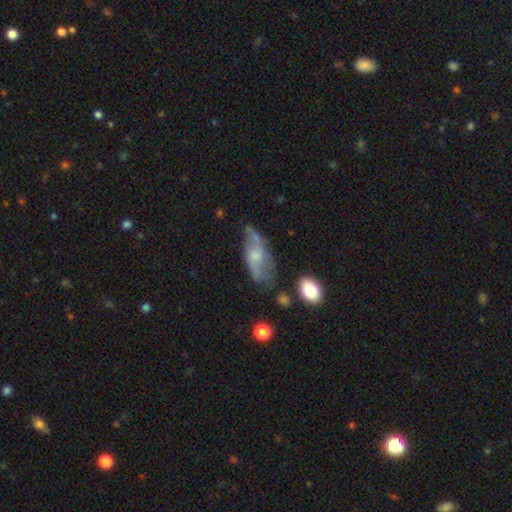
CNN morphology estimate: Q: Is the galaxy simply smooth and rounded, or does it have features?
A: featured or disk — 59%.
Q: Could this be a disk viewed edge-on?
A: no — 86%.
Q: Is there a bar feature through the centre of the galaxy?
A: no — 65%.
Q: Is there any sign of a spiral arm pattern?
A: yes — 74%.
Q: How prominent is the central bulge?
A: small — 46%.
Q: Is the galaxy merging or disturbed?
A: none — 53%.